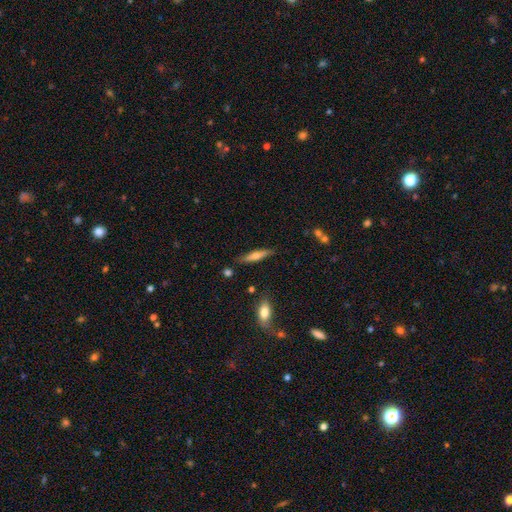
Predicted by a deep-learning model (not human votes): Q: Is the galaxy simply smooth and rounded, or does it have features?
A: smooth — 53%.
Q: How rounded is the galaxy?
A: cigar-shaped — 82%.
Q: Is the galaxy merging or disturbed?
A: none — 84%.